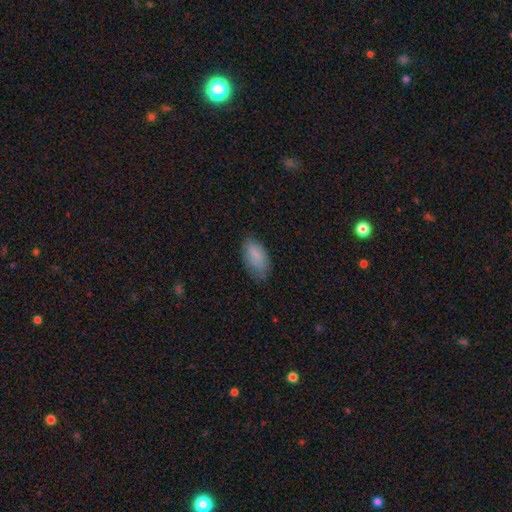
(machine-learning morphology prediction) Smooth or featured? smooth (84%)
How rounded? in between (93%)
Merging? none (66%)